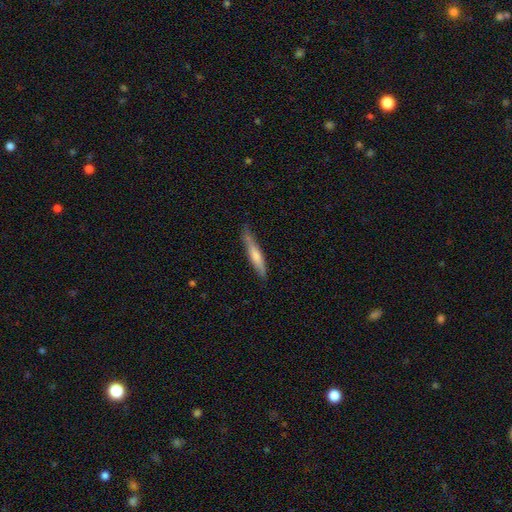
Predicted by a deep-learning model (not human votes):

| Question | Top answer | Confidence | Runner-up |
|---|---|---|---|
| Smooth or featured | smooth | 57% | featured or disk (38%) |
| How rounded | cigar-shaped | 92% | in between (7%) |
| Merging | none | 75% | minor disturbance (20%) |